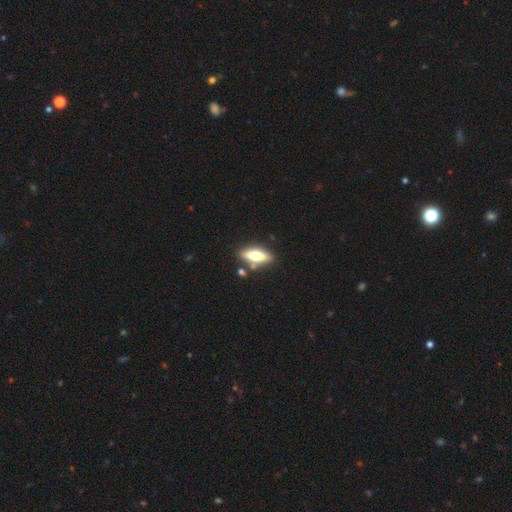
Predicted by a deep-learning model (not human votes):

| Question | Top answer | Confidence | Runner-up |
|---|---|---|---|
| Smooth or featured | smooth | 59% | featured or disk (35%) |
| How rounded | in between | 60% | cigar-shaped (37%) |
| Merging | none | 77% | minor disturbance (11%) |